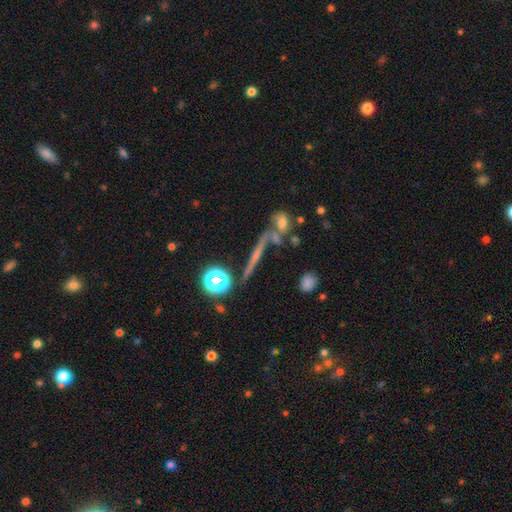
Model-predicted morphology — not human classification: Q: Smooth or featured?
A: featured or disk (50%); runner-up: smooth (31%)
Q: Merging?
A: none (65%); runner-up: merger (17%)